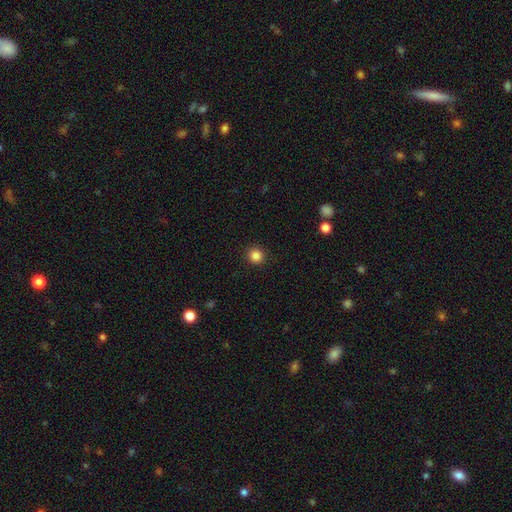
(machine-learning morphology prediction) type=smooth (86%); roundness=round (93%); merging=none (92%).